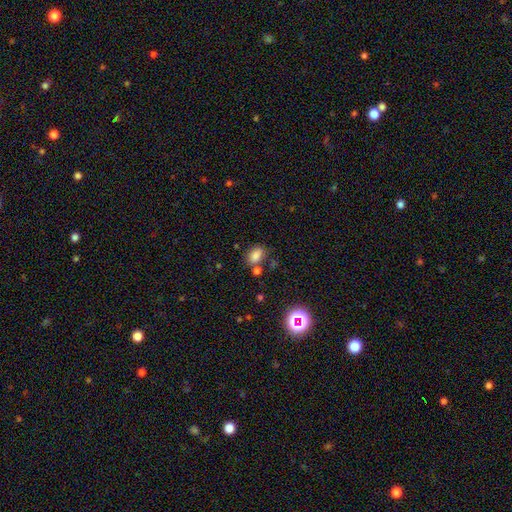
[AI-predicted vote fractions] Smooth or featured? smooth (81%)
How rounded? in between (82%)
Merging? none (66%)